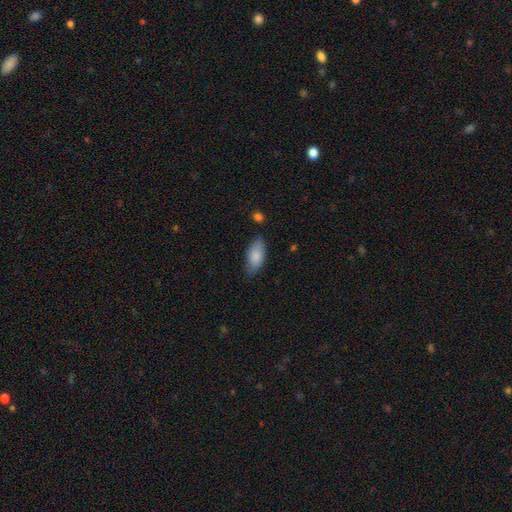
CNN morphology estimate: Smooth or featured? smooth (83%)
How rounded? in between (88%)
Merging? none (70%)